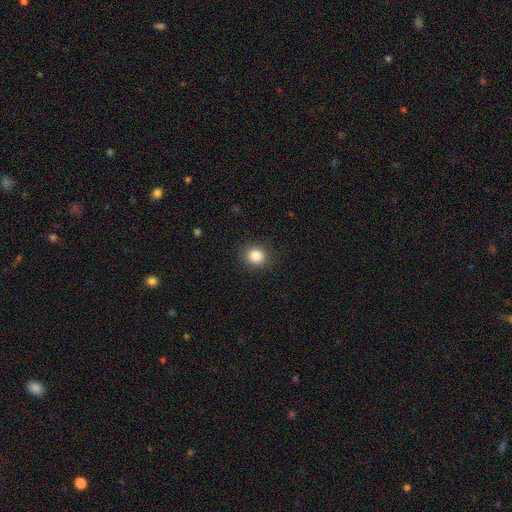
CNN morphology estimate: smooth-or-featured: smooth: 86% | star or artifact: 10% | featured or disk: 4%
  how-rounded: round: 81% | in between: 18% | cigar-shaped: 1%
  merging: none: 89% | minor disturbance: 7% | major disturbance: 3% | merger: 1%